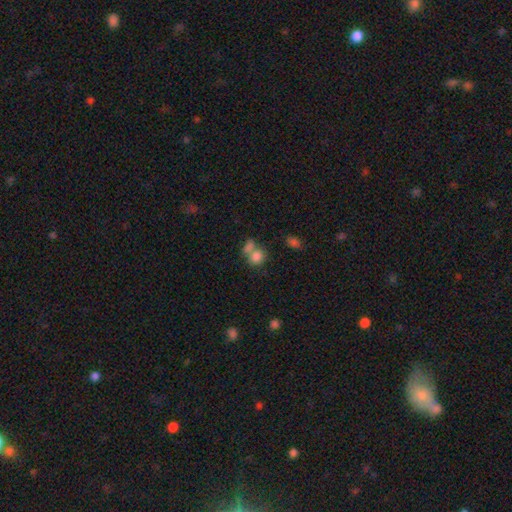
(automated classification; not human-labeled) Smooth or featured?
  - smooth: 80% *
  - star or artifact: 11%
  - featured or disk: 10%
How rounded?
  - round: 60% *
  - in between: 39%
  - cigar-shaped: 1%
Merging?
  - merger: 47% *
  - none: 37%
  - minor disturbance: 10%
  - major disturbance: 5%